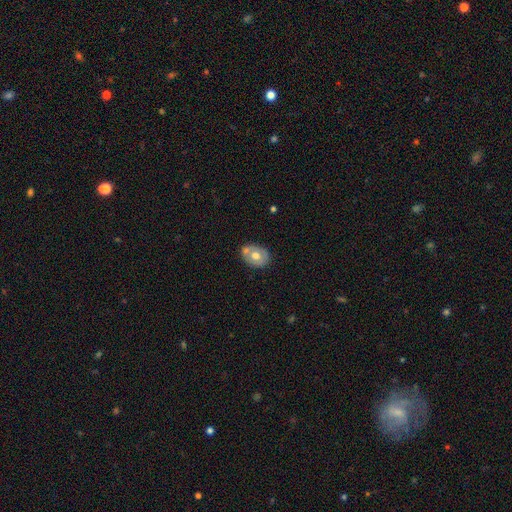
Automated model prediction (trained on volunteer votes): smooth-or-featured: smooth: 58% | featured or disk: 35% | star or artifact: 7%
  how-rounded: in between: 66% | round: 33% | cigar-shaped: 1%
  merging: none: 57% | merger: 22% | minor disturbance: 17% | major disturbance: 4%